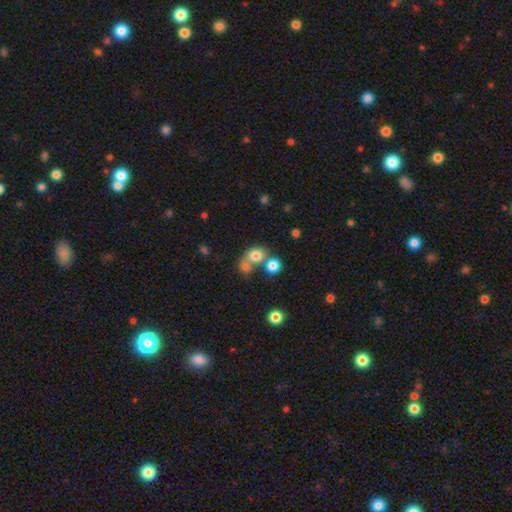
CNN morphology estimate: A smooth galaxy with no disk features (77%) that is round (61%). Merging: none (44%).